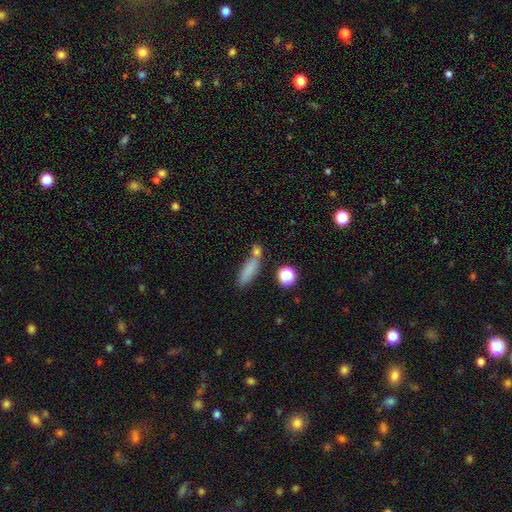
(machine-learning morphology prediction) Smooth or featured? Predicted: smooth (p=0.78). How rounded? Predicted: cigar-shaped (p=0.56). Merging? Predicted: none (p=0.62).